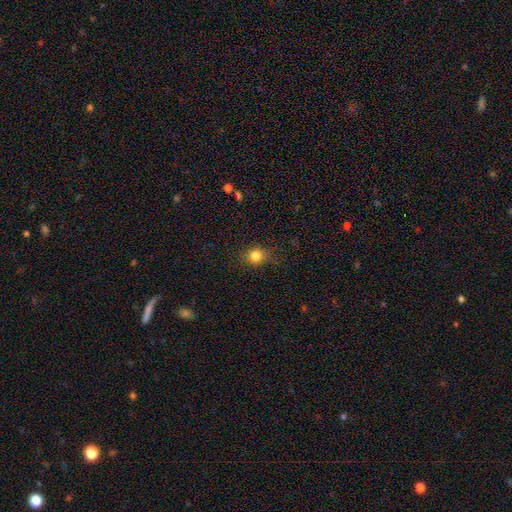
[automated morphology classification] smooth-or-featured: smooth: 82% | star or artifact: 12% | featured or disk: 6%
  how-rounded: round: 81% | in between: 18% | cigar-shaped: 1%
  merging: none: 80% | minor disturbance: 15% | major disturbance: 4% | merger: 1%